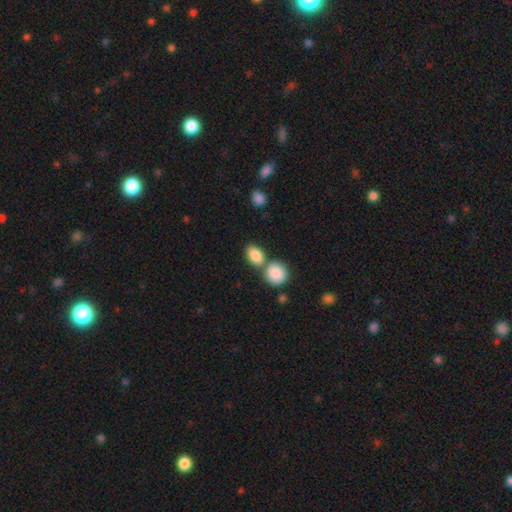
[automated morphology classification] This appears to be a smooth galaxy with no disk features (86%) that is in between round and cigar-shaped (77%). Merging: none (46%).